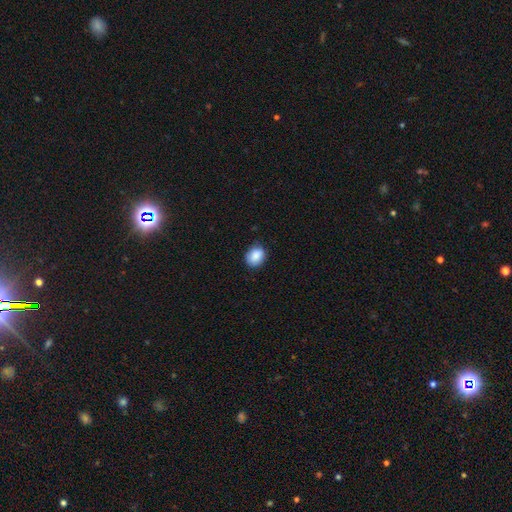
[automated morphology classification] smooth_or_featured: smooth (p=0.87) [alt: star or artifact p=0.08]
how_rounded: round (p=0.50) [alt: in between p=0.49]
merging: none (p=0.78) [alt: minor disturbance p=0.18]